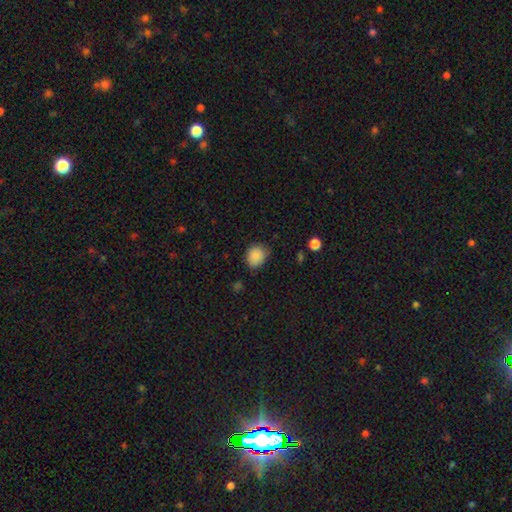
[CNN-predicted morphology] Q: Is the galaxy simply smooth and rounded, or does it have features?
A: smooth — 86%.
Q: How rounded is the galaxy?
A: round — 63%.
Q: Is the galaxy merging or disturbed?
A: none — 72%.